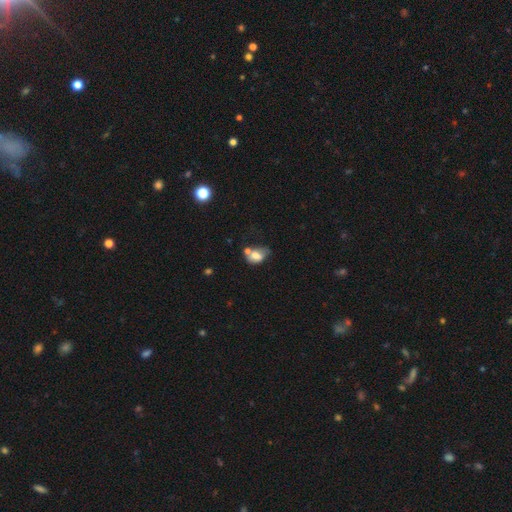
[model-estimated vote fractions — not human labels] Smooth or featured? Predicted: smooth (p=0.66). How rounded? Predicted: in between (p=0.75). Merging? Predicted: merger (p=0.33).